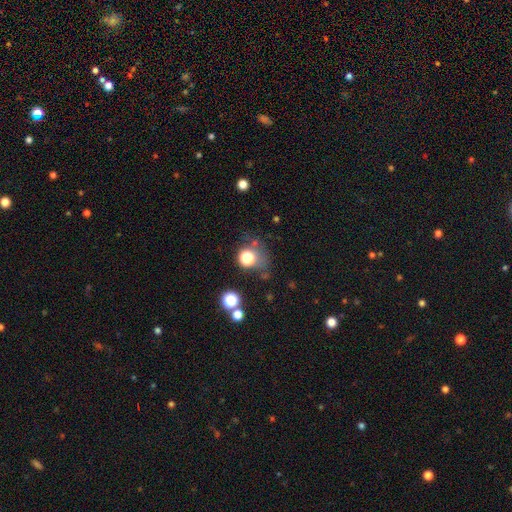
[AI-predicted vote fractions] Smooth or featured? smooth (50%)
Merging? none (65%)